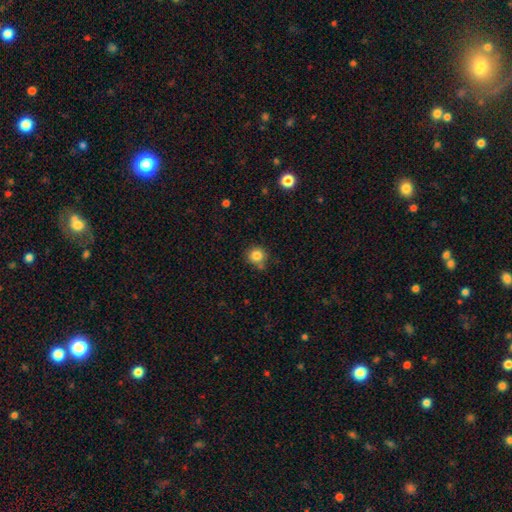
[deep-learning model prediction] smooth_or_featured: smooth (p=0.83) [alt: star or artifact p=0.11]
how_rounded: round (p=0.92) [alt: in between p=0.07]
merging: none (p=0.73) [alt: minor disturbance p=0.16]